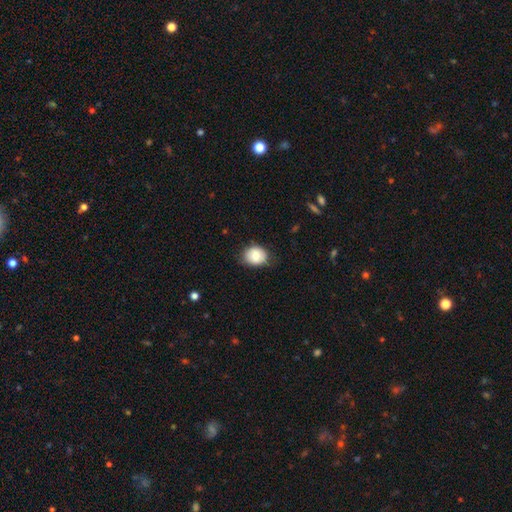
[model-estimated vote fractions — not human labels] A smooth galaxy with no disk features (83%) that is round (55%). Merging: none (75%).